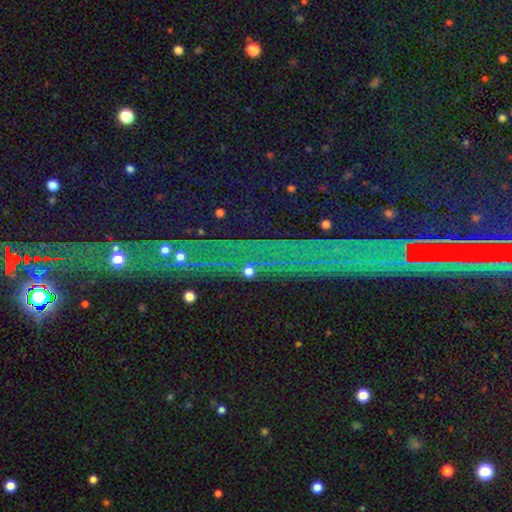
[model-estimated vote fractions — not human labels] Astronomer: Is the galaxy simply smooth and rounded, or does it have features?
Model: star or artifact — 82%.